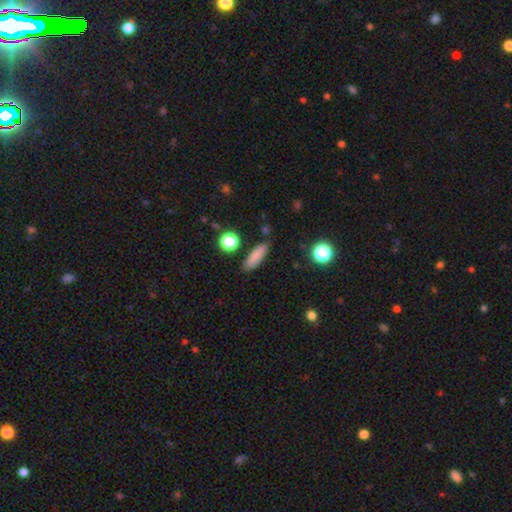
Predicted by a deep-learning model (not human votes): smooth_or_featured: smooth (p=0.82) [alt: star or artifact p=0.09]
how_rounded: in between (p=0.50) [alt: cigar-shaped p=0.46]
merging: none (p=0.83) [alt: minor disturbance p=0.11]